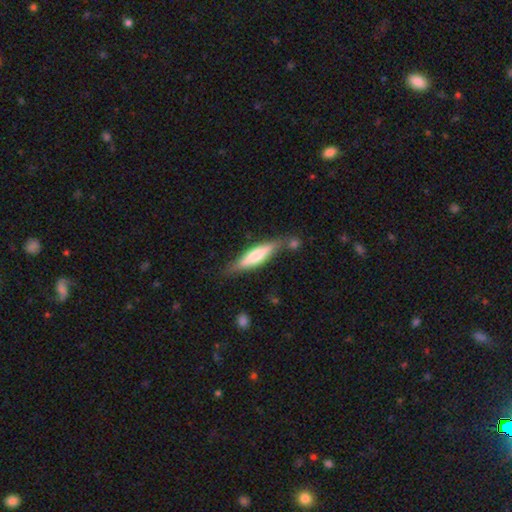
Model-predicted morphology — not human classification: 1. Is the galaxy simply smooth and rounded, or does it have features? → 53% smooth, 41% featured or disk, 6% star or artifact.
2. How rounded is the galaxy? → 77% cigar-shaped, 22% in between, 2% round.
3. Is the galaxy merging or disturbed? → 70% none, 18% minor disturbance, 8% merger, 5% major disturbance.